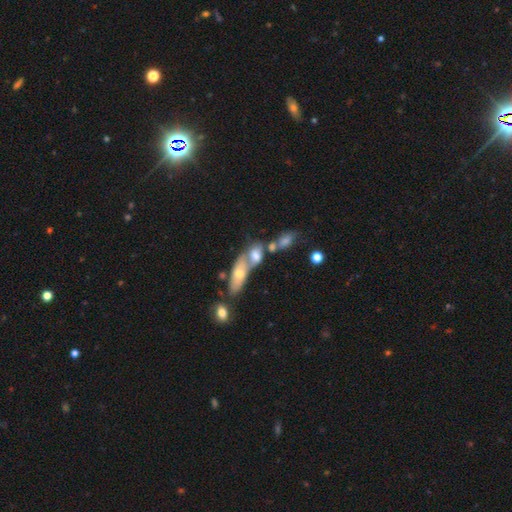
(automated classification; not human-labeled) smooth_or_featured: smooth (p=0.54) [alt: featured or disk p=0.35]
how_rounded: in between (p=0.72) [alt: cigar-shaped p=0.18]
merging: merger (p=0.59) [alt: none p=0.24]